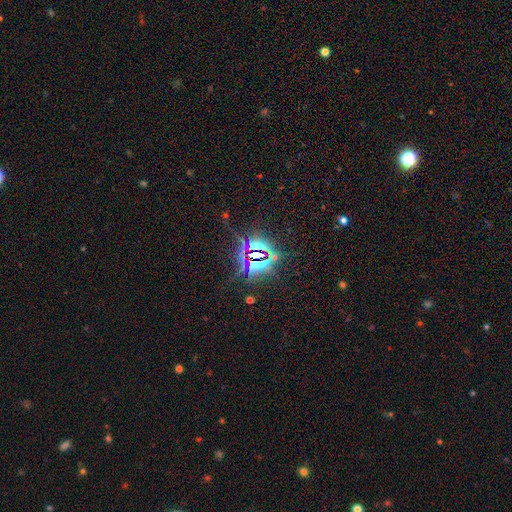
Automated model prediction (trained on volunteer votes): Smooth or featured: star or artifact — 83% (featured or disk — 9%)